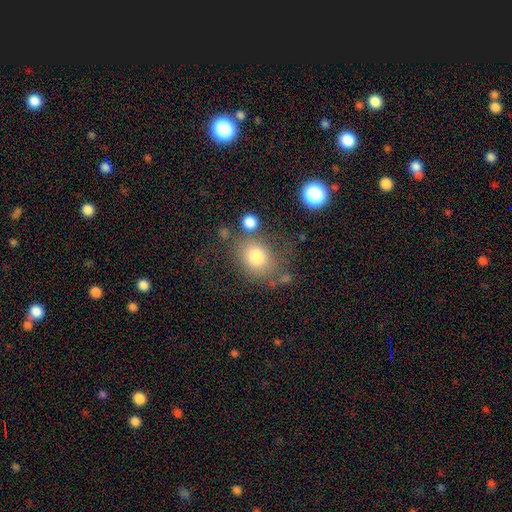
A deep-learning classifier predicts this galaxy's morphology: smooth_or_featured: smooth (p=0.77) [alt: featured or disk p=0.12]
how_rounded: round (p=0.51) [alt: in between p=0.48]
merging: none (p=0.61) [alt: minor disturbance p=0.19]